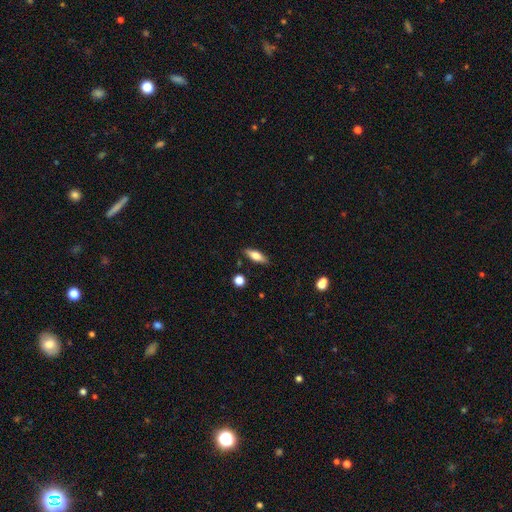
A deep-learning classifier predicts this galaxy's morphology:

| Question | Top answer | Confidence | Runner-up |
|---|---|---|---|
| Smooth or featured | smooth | 66% | featured or disk (27%) |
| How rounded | in between | 60% | cigar-shaped (37%) |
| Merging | none | 86% | minor disturbance (10%) |